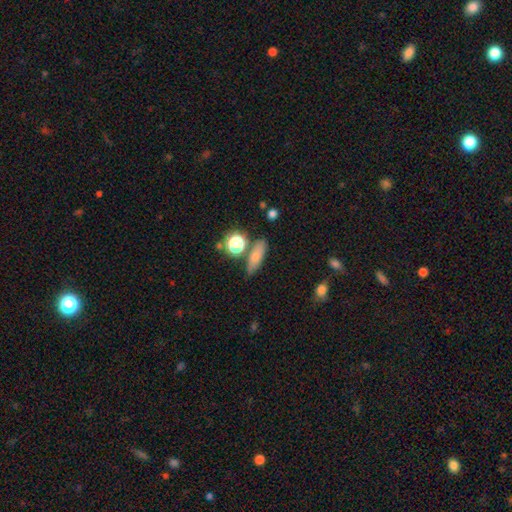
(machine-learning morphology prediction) Smooth or featured?
  - smooth: 72% *
  - featured or disk: 15%
  - star or artifact: 13%
How rounded?
  - in between: 45% *
  - cigar-shaped: 42%
  - round: 12%
Merging?
  - none: 72% *
  - minor disturbance: 14%
  - merger: 10%
  - major disturbance: 4%